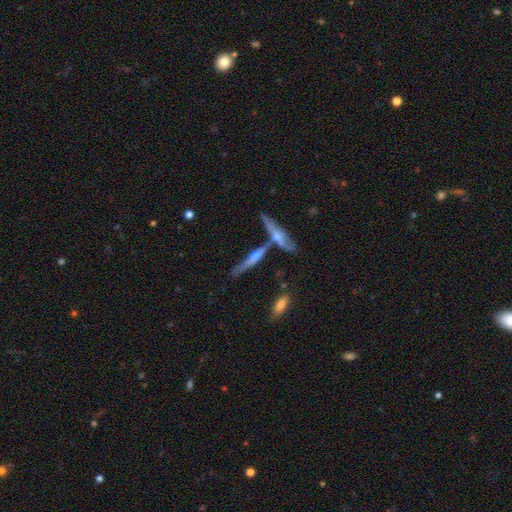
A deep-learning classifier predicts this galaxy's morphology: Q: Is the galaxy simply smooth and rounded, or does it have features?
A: featured or disk — 71%.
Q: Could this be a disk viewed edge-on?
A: yes — 93%.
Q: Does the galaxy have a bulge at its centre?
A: rounded — 82%.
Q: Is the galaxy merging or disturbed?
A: none — 61%.